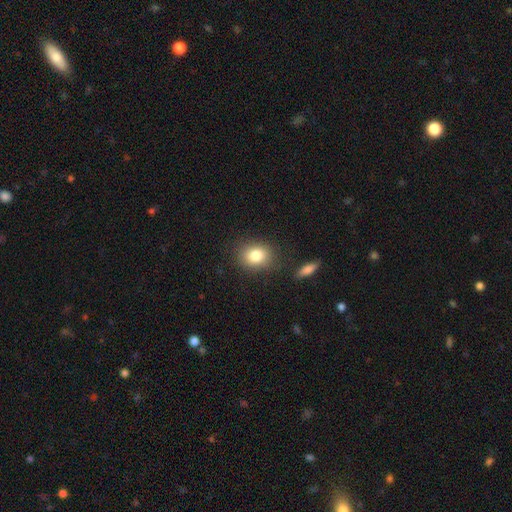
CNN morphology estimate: Overall: smooth (82%). How rounded: round (50%; in between 49%). Merging: none (81%).